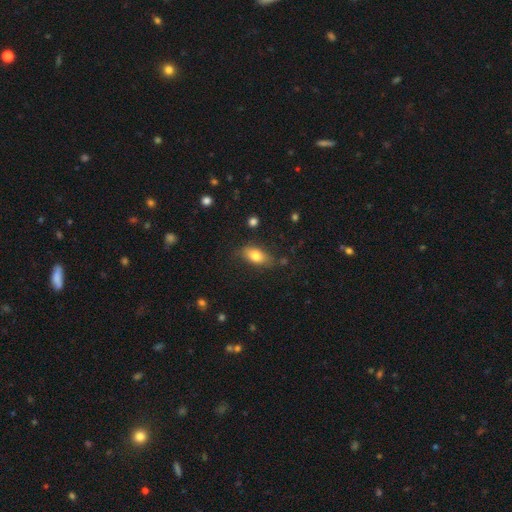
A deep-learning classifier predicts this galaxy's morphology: Overall: smooth (77%). How rounded: in between (86%). Merging: none (75%).